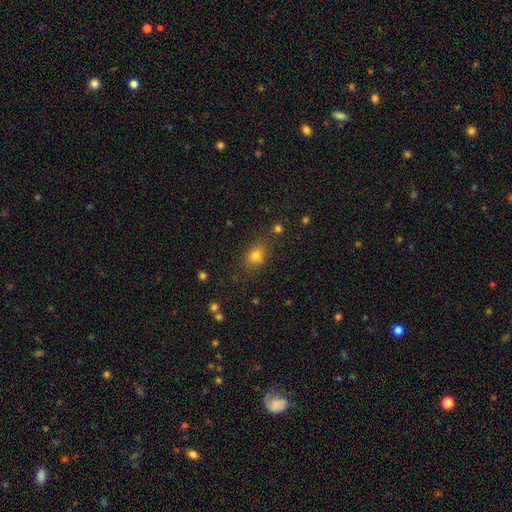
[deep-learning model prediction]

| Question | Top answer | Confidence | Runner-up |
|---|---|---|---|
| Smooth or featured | smooth | 76% | star or artifact (15%) |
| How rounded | in between | 51% | round (47%) |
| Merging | none | 73% | minor disturbance (16%) |